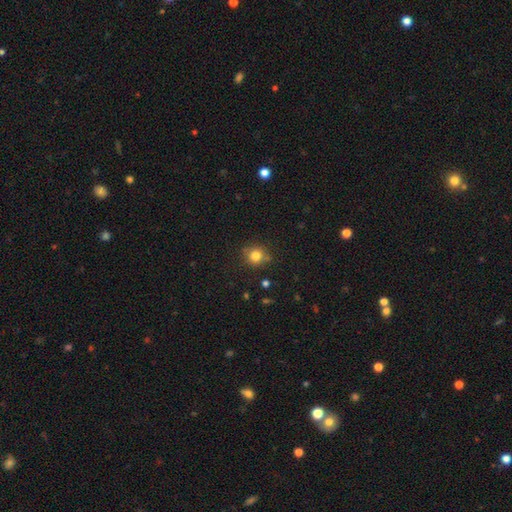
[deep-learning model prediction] Q: Smooth or featured?
A: smooth (81%); runner-up: star or artifact (12%)
Q: How rounded?
A: round (88%); runner-up: in between (11%)
Q: Merging?
A: none (79%); runner-up: minor disturbance (13%)